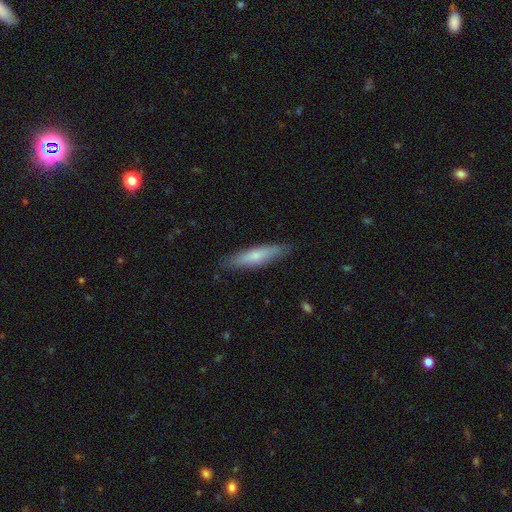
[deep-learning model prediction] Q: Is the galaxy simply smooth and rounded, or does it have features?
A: smooth — 66%.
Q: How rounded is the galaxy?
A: cigar-shaped — 81%.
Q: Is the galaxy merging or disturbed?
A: none — 86%.